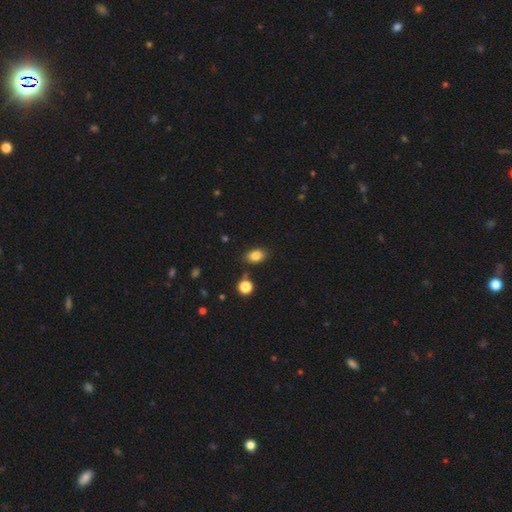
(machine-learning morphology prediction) This is clearly a smooth galaxy (83%). How rounded: likely in between (78%). Merging: clearly none (82%).